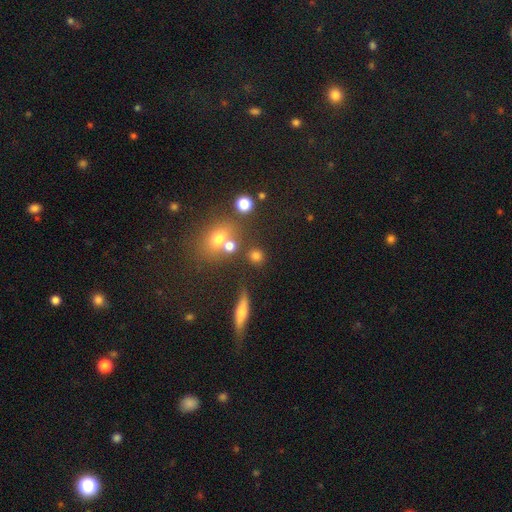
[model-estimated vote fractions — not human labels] Smooth or featured? smooth (75%)
How rounded? round (81%)
Merging? none (73%)